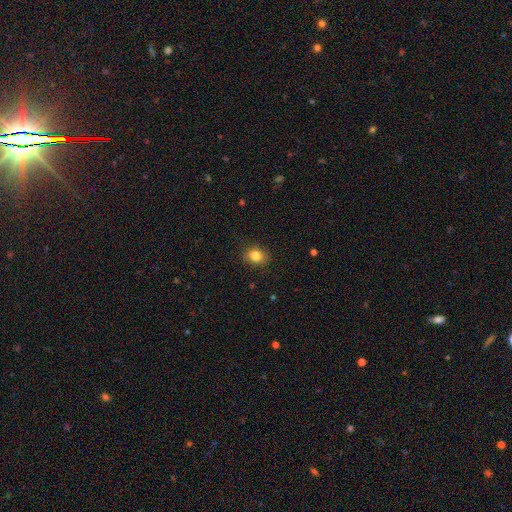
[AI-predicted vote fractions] The model was most divided on "how rounded": round: 51%, in between: 49%, cigar-shaped: 1%. More confident: merging — none (87%); smooth or featured — smooth (83%).